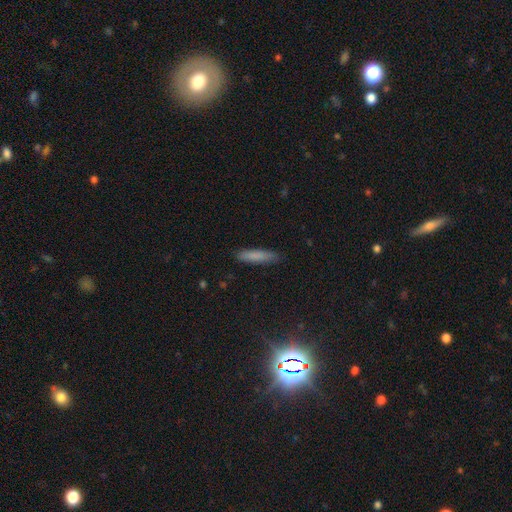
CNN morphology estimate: This appears to be a smooth galaxy with no disk features (82%) that is cigar-shaped (82%). Merging: none (87%).